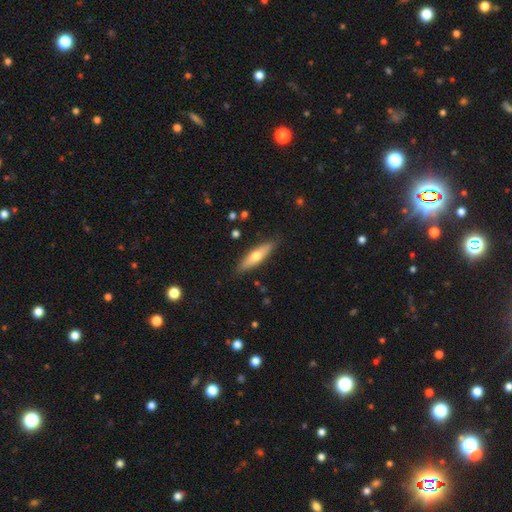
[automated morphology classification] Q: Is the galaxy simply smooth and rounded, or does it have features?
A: smooth — 52%.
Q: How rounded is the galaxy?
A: cigar-shaped — 70%.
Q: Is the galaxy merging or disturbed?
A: none — 87%.